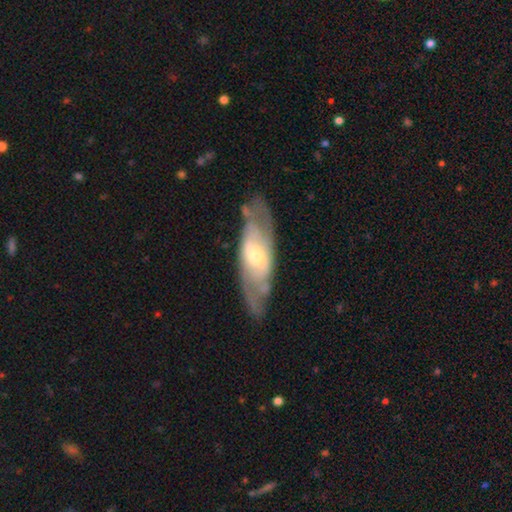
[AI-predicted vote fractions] Overall: featured or disk (75%). Edge-on disk: no (81%). Bar: no (42%; weak 40%). Spiral arms: yes (78%). Bulge size: moderate (49%; small 44%). Merging: none (73%).